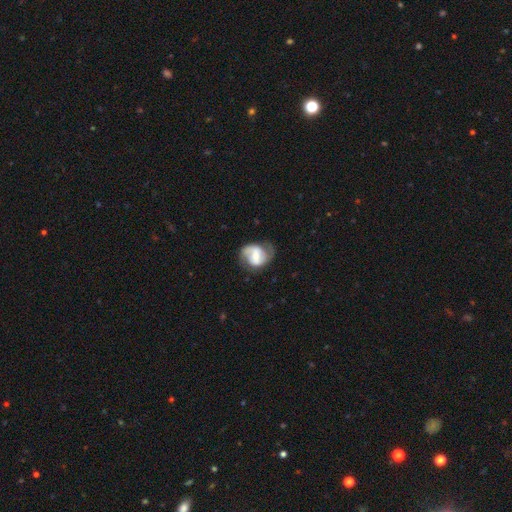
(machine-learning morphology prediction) A featured or disk galaxy (71%) with a weak bar (45%), 2 (82%) medium (46%) spiral arms (89%) and a moderate central bulge (43%).

Vote fractions:
- Smooth or featured? featured or disk: 71% / smooth: 23% / star or artifact: 7%
- Edge-on disk? no: 97% / yes: 3%
- Bar? weak: 45% / strong: 27% / no: 27%
- Spiral arms? yes: 89% / no: 11%
- Spiral winding? medium: 46% / loose: 28% / tight: 26%
- Spiral arm count? 2: 82% / can't tell: 8% / 1: 7% / 3: 1% / 4: 1% / more than 4: 1%
- Bulge size? moderate: 43% / small: 37% / large: 10% / none: 8% / dominant: 2%
- Merging? none: 62% / minor disturbance: 23% / major disturbance: 12% / merger: 2%